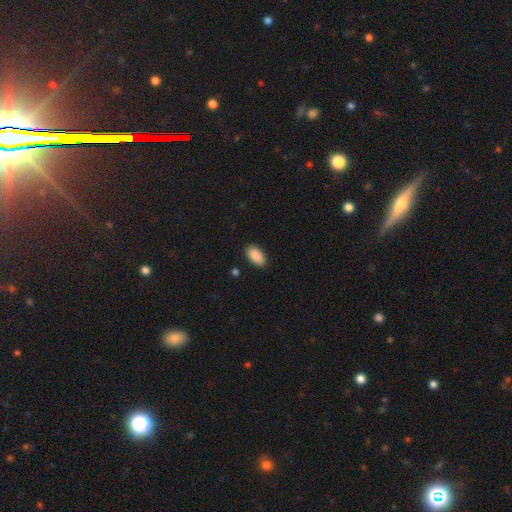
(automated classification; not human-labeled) Smooth or featured? Predicted: smooth (p=0.90). How rounded? Predicted: in between (p=0.95). Merging? Predicted: none (p=0.88).